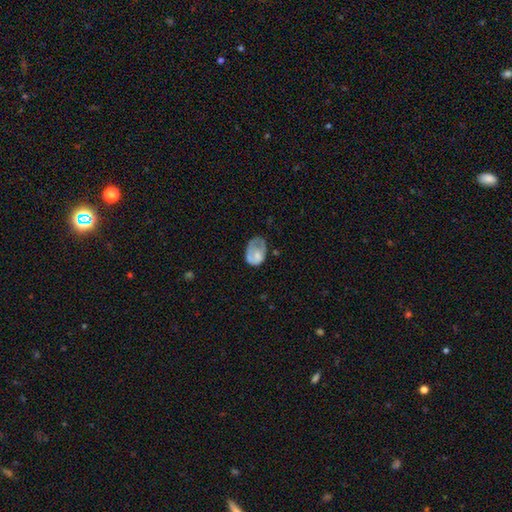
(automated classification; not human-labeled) The model was most divided on "merging": major disturbance: 35%, minor disturbance: 34%, none: 29%, merger: 3%. More confident: how rounded — in between (80%); smooth or featured — smooth (58%).